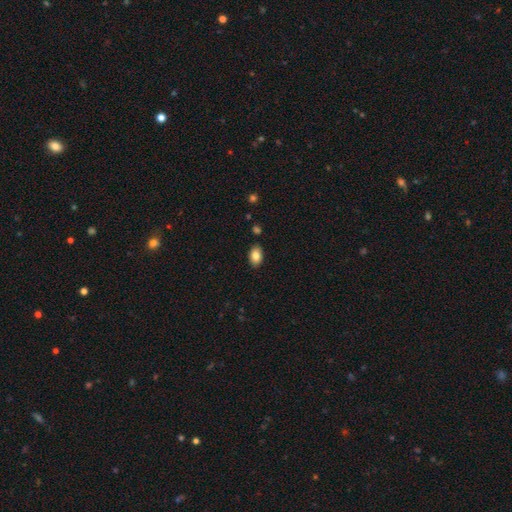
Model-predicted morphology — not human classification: A smooth galaxy with no disk features (84%) that is in between round and cigar-shaped (89%).

Vote fractions:
- Smooth or featured? smooth: 84% / featured or disk: 8% / star or artifact: 8%
- How rounded? in between: 89% / round: 10% / cigar-shaped: 1%
- Merging? none: 87% / minor disturbance: 9% / major disturbance: 2% / merger: 2%